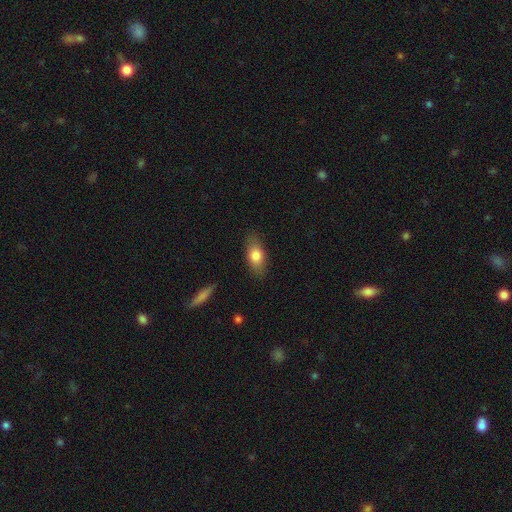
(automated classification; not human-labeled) The model was most divided on "smooth or featured": smooth: 78%, featured or disk: 15%, star or artifact: 7%. More confident: merging — none (83%); how rounded — in between (83%).